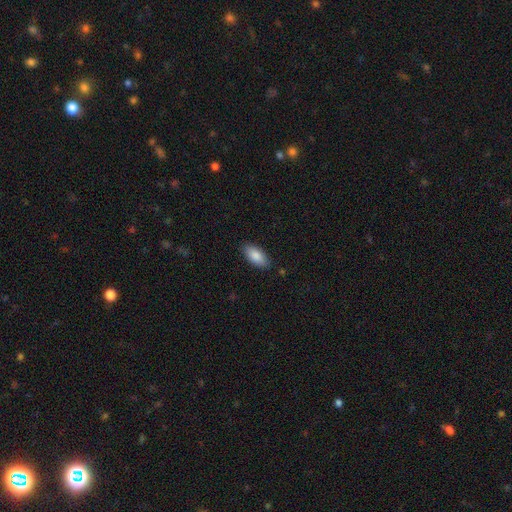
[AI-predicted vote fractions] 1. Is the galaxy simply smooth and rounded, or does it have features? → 86% smooth, 8% featured or disk, 6% star or artifact.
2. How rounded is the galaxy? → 90% in between, 8% cigar-shaped, 2% round.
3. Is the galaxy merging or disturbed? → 87% none, 10% minor disturbance, 2% major disturbance, 1% merger.